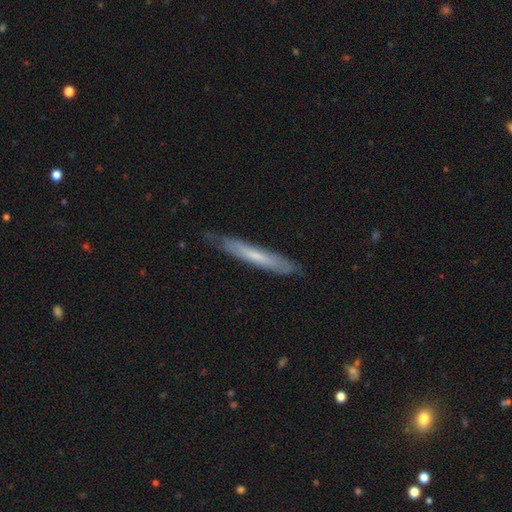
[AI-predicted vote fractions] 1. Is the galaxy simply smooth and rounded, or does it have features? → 50% smooth, 44% featured or disk, 6% star or artifact.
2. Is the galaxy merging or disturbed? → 76% none, 19% minor disturbance, 4% major disturbance, 1% merger.